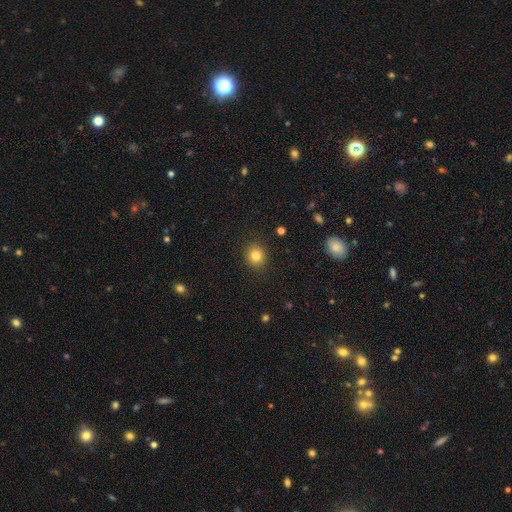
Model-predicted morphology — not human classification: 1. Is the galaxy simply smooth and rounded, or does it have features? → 84% smooth, 11% star or artifact, 5% featured or disk.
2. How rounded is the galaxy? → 82% round, 17% in between, 1% cigar-shaped.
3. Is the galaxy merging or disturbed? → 89% none, 7% minor disturbance, 3% major disturbance, 1% merger.